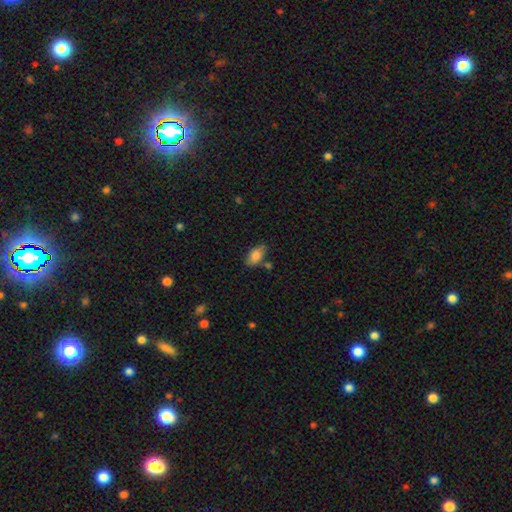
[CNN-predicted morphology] A smooth galaxy with no disk features (83%) that is in between round and cigar-shaped (91%).

Vote fractions:
- Smooth or featured? smooth: 83% / featured or disk: 10% / star or artifact: 7%
- How rounded? in between: 91% / round: 5% / cigar-shaped: 4%
- Merging? none: 72% / minor disturbance: 17% / merger: 7% / major disturbance: 4%